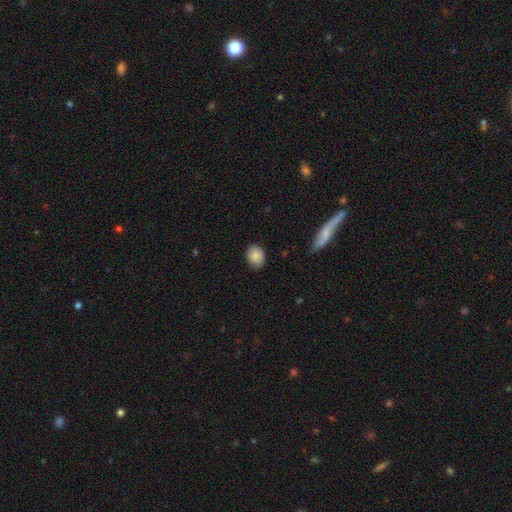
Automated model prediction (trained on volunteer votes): smooth 87%, star or artifact 8%, featured or disk 6%. Down the decision tree: how rounded — in between (56%); merging — none (85%).